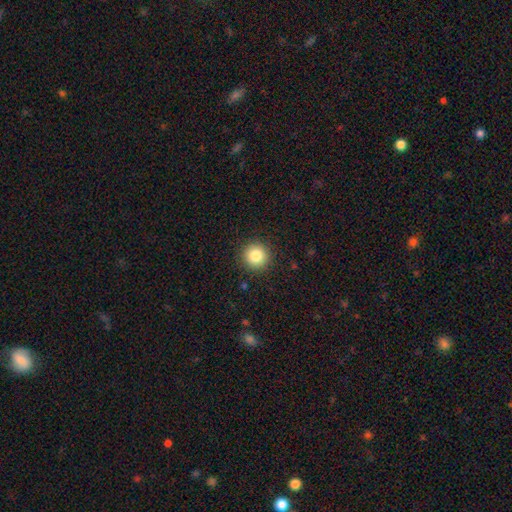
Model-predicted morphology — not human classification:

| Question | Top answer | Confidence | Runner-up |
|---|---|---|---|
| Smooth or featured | smooth | 84% | star or artifact (10%) |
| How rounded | round | 95% | in between (4%) |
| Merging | none | 91% | minor disturbance (6%) |